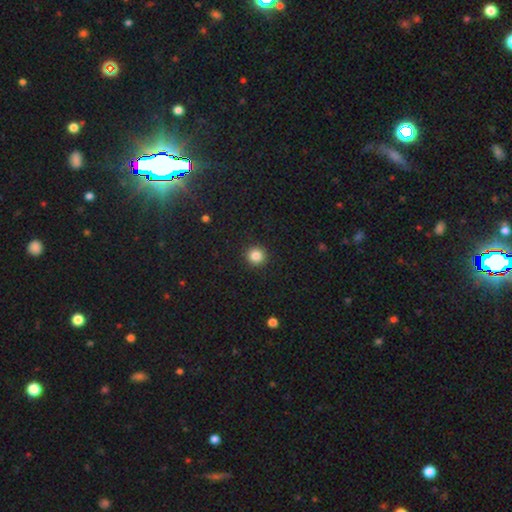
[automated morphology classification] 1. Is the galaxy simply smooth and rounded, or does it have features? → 85% smooth, 11% star or artifact, 4% featured or disk.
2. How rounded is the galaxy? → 94% round, 5% in between, 1% cigar-shaped.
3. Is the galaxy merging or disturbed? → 92% none, 5% minor disturbance, 2% major disturbance, 1% merger.